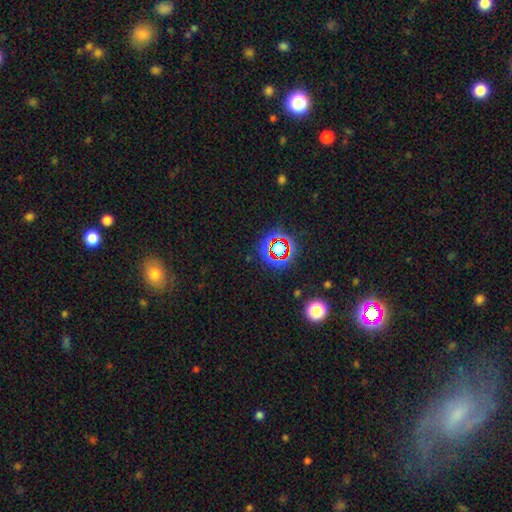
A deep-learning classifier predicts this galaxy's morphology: Overall: star or artifact (67%).